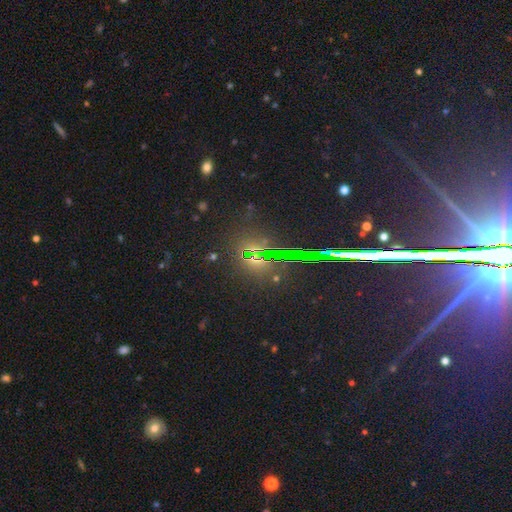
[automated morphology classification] Smooth or featured? Predicted: star or artifact (p=0.70).